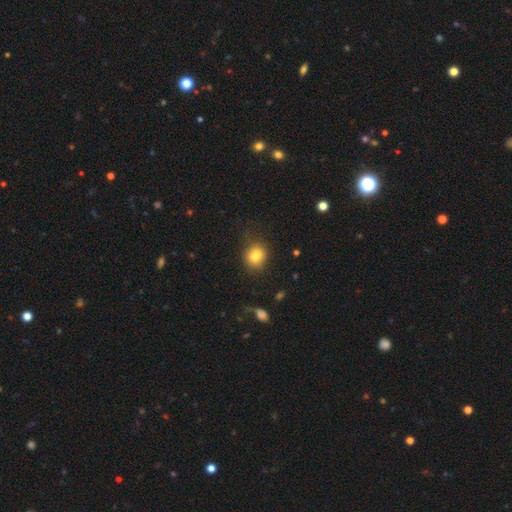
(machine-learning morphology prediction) The model was most divided on "how rounded": round: 77%, in between: 22%, cigar-shaped: 1%. More confident: merging — none (82%); smooth or featured — smooth (81%).